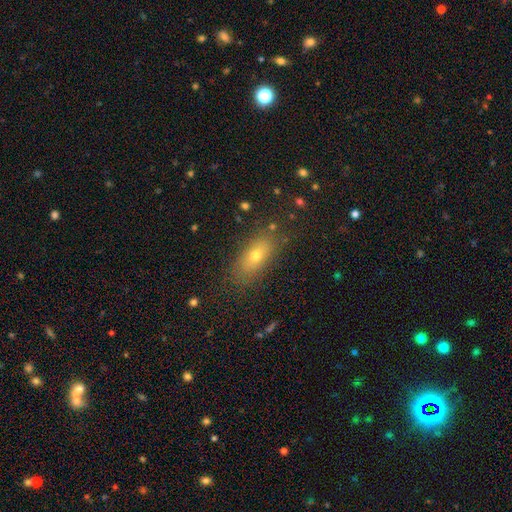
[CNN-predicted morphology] Smooth or featured? smooth (68%)
How rounded? in between (74%)
Merging? none (82%)